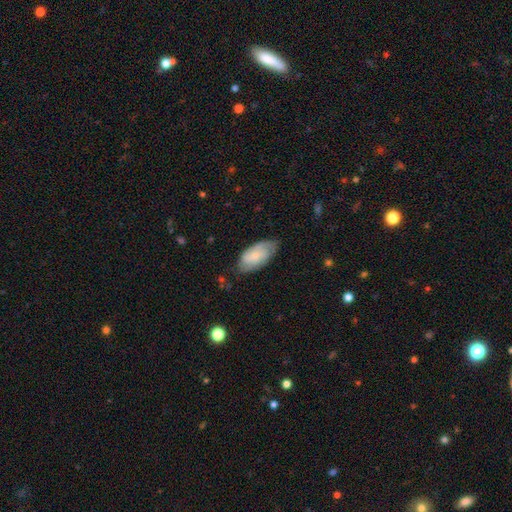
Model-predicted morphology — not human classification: A featured or disk galaxy (51%). Merging: none (68%).